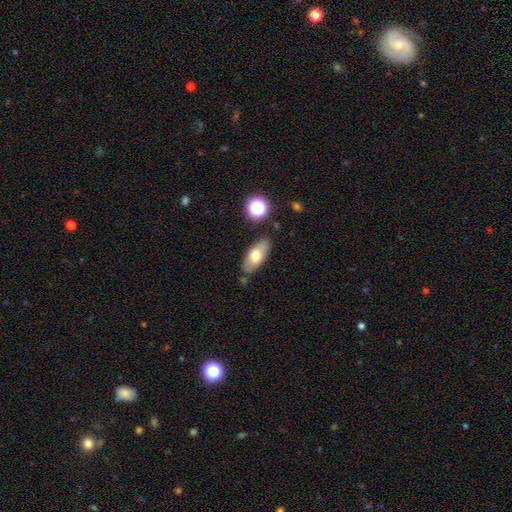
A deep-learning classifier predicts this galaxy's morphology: smooth_or_featured: smooth (p=0.66) [alt: featured or disk p=0.26]
how_rounded: in between (p=0.83) [alt: cigar-shaped p=0.12]
merging: none (p=0.79) [alt: minor disturbance p=0.13]